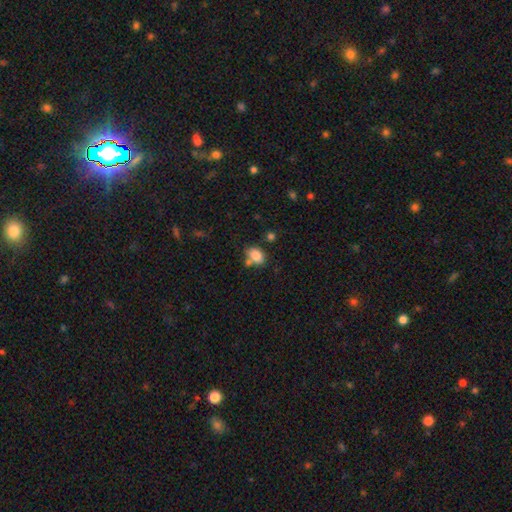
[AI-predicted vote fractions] This is clearly a smooth galaxy (84%). How rounded: likely in between (72%). Merging: possibly none (59%).